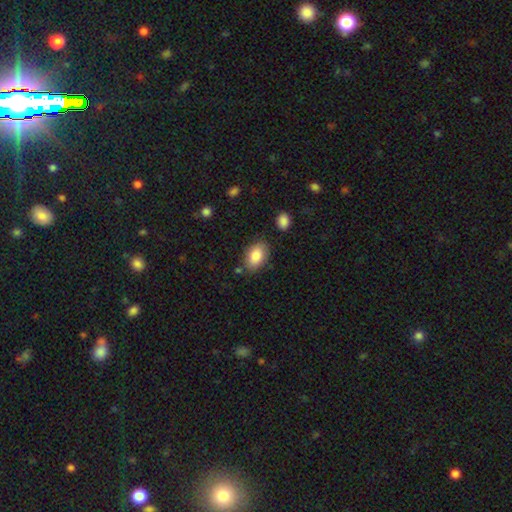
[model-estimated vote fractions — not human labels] Morphology: type=smooth (84%); roundness=in between (89%); merging=none (78%).